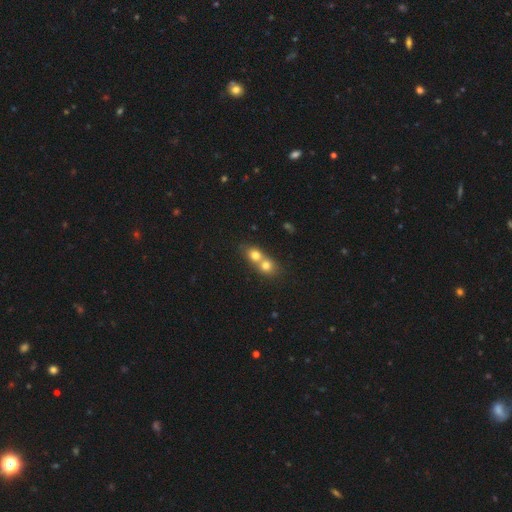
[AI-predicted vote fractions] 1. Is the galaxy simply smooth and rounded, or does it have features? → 73% smooth, 16% featured or disk, 11% star or artifact.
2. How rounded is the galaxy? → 68% round, 30% in between, 2% cigar-shaped.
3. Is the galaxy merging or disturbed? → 72% merger, 21% none, 4% minor disturbance, 2% major disturbance.